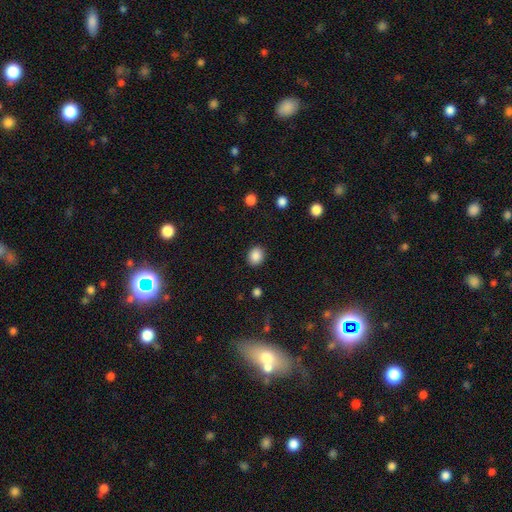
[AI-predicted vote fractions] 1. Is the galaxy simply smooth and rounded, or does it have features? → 87% smooth, 9% star or artifact, 4% featured or disk.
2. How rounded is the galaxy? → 60% round, 39% in between, 1% cigar-shaped.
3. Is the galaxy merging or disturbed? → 89% none, 7% minor disturbance, 2% major disturbance, 1% merger.